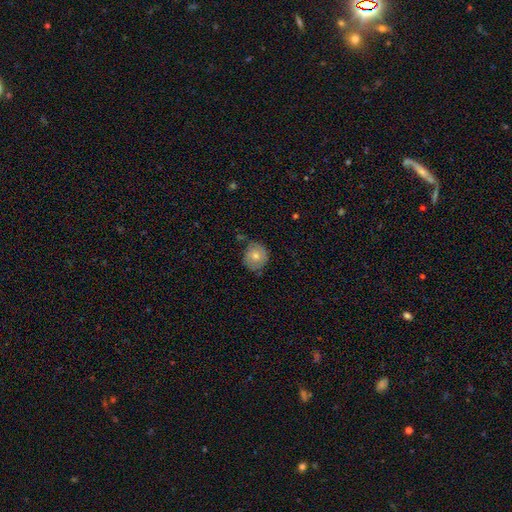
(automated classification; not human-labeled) Q: Smooth or featured?
A: smooth (67%); runner-up: featured or disk (26%)
Q: How rounded?
A: round (86%); runner-up: in between (13%)
Q: Merging?
A: none (63%); runner-up: minor disturbance (27%)